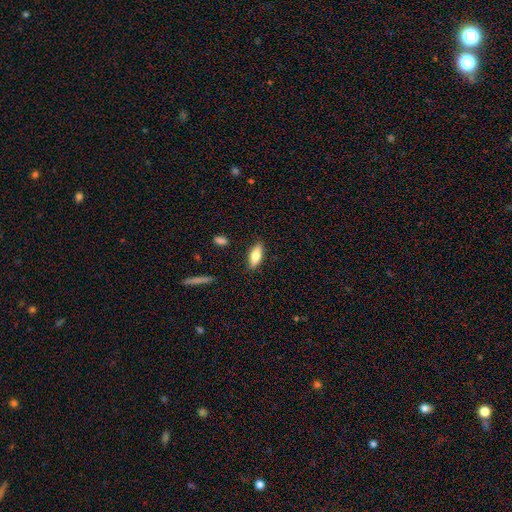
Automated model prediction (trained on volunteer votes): The model was most divided on "how rounded": in between: 74%, cigar-shaped: 24%, round: 3%. More confident: merging — none (86%); smooth or featured — smooth (73%).